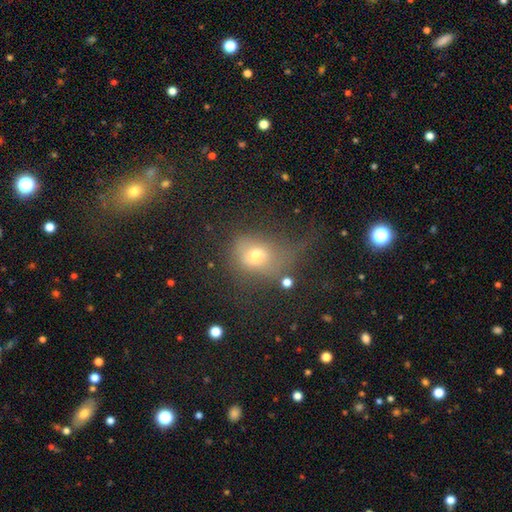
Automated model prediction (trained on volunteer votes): This is likely a smooth galaxy (62%). How rounded: likely round (60%). Merging: marginally major disturbance (38%).